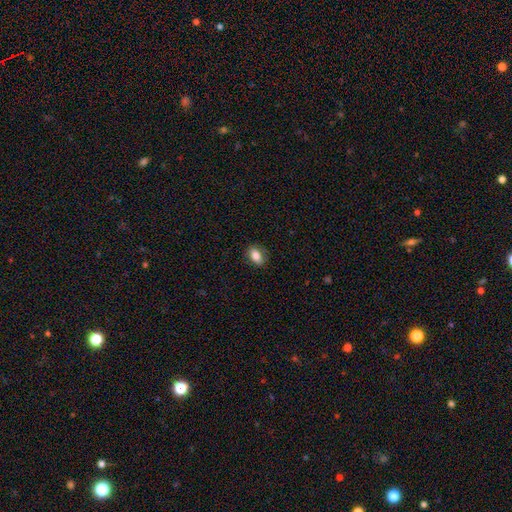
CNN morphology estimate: smooth 82%, featured or disk 10%, star or artifact 8%. Down the decision tree: how rounded — in between (80%); merging — none (83%).